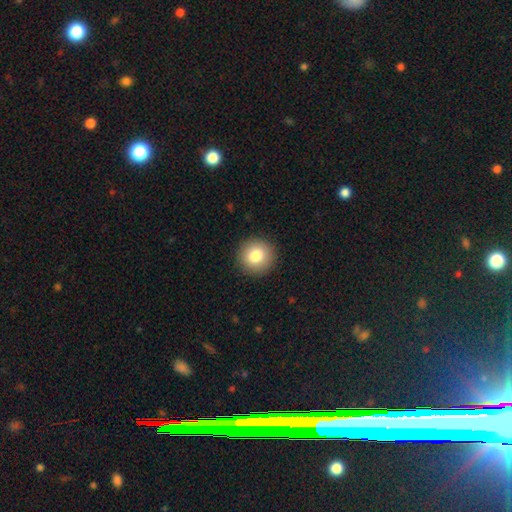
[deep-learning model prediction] Smooth or featured: smooth — 81% (star or artifact — 9%)
How rounded: round — 93% (in between — 6%)
Merging: none — 92% (minor disturbance — 5%)